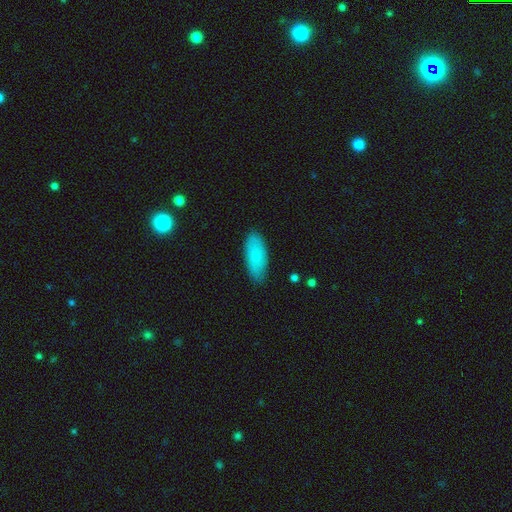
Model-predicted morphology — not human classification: smooth-or-featured: smooth: 85% | featured or disk: 8% | star or artifact: 6%
  how-rounded: in between: 79% | cigar-shaped: 19% | round: 2%
  merging: none: 85% | minor disturbance: 11% | major disturbance: 2% | merger: 1%